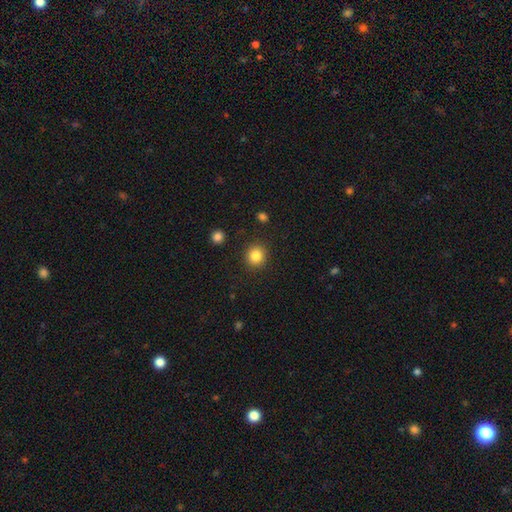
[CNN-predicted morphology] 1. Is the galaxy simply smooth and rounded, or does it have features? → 84% smooth, 10% star or artifact, 5% featured or disk.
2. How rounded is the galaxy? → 90% round, 9% in between, 1% cigar-shaped.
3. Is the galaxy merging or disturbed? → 90% none, 6% minor disturbance, 2% major disturbance, 2% merger.